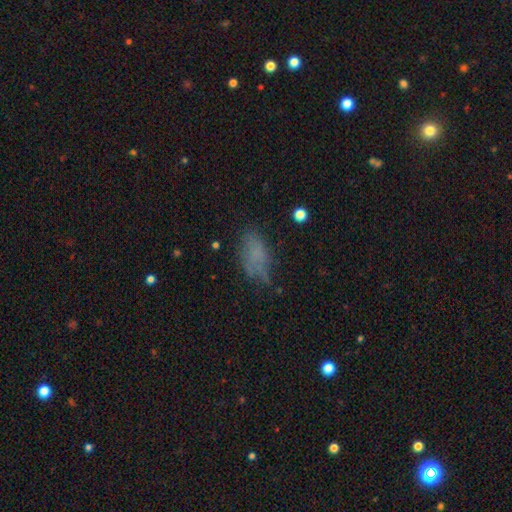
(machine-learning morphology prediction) smooth 65%, featured or disk 20%, star or artifact 16%. Down the decision tree: how rounded — in between (88%); merging — none (51%).